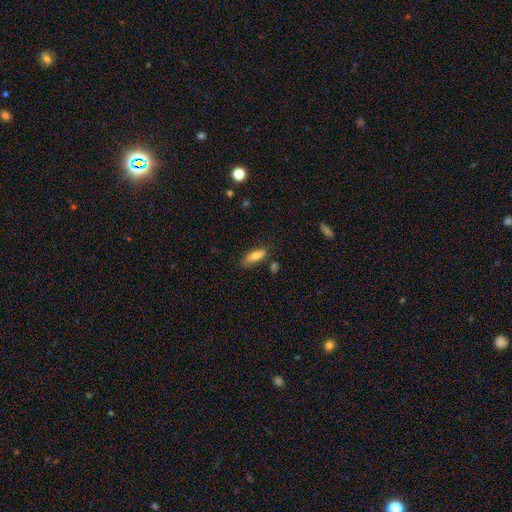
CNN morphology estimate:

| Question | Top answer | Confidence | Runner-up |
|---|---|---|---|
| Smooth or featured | smooth | 79% | featured or disk (14%) |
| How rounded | in between | 73% | cigar-shaped (24%) |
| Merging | none | 70% | minor disturbance (20%) |